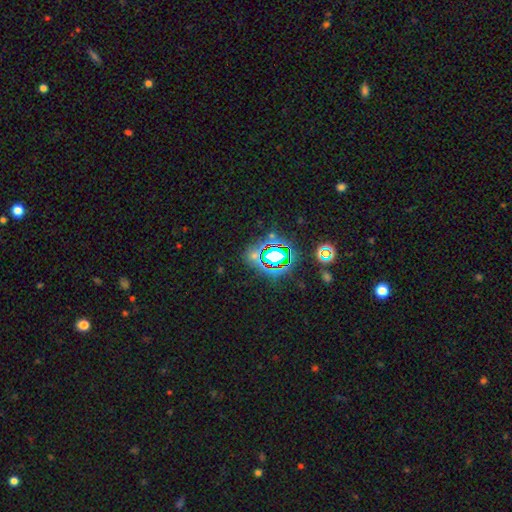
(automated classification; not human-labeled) Smooth or featured? star or artifact (70%)